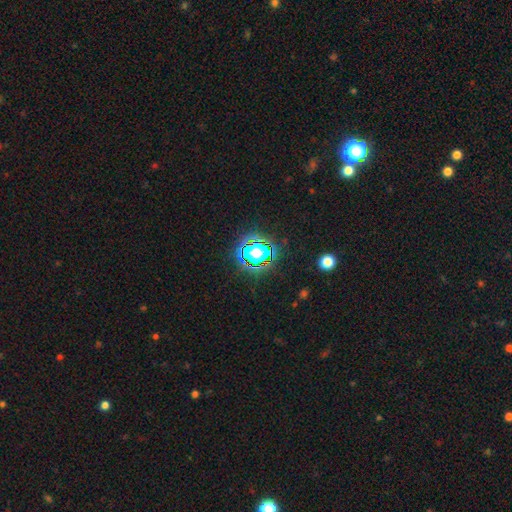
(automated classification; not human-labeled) smooth_or_featured: star or artifact (p=0.56) [alt: smooth p=0.31]